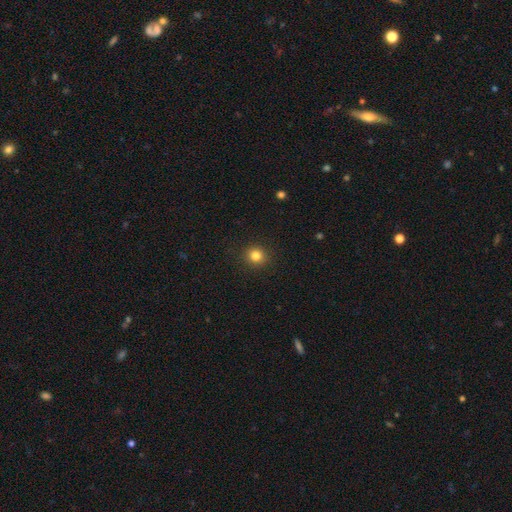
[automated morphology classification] Smooth or featured: smooth — 82% (star or artifact — 13%)
How rounded: round — 91% (in between — 8%)
Merging: none — 92% (minor disturbance — 5%)